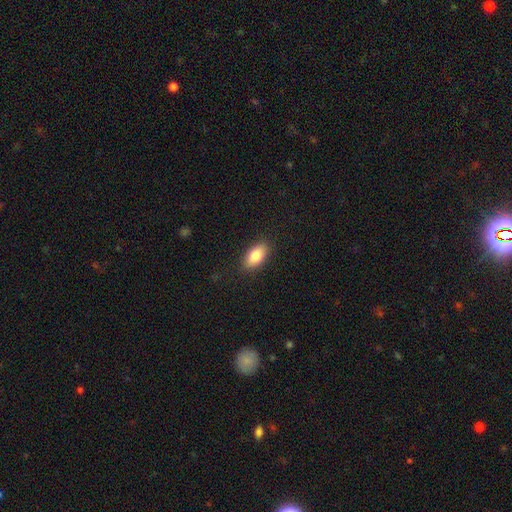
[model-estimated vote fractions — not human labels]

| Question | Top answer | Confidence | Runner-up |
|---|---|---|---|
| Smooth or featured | smooth | 84% | featured or disk (9%) |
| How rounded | in between | 91% | cigar-shaped (5%) |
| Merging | none | 87% | minor disturbance (9%) |